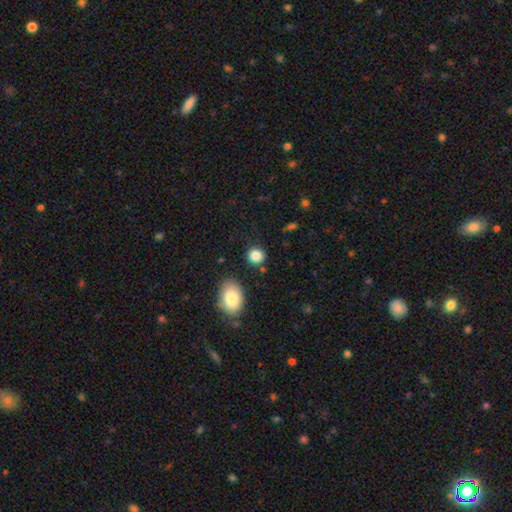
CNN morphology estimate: Overall: smooth (86%). How rounded: round (83%). Merging: none (85%).